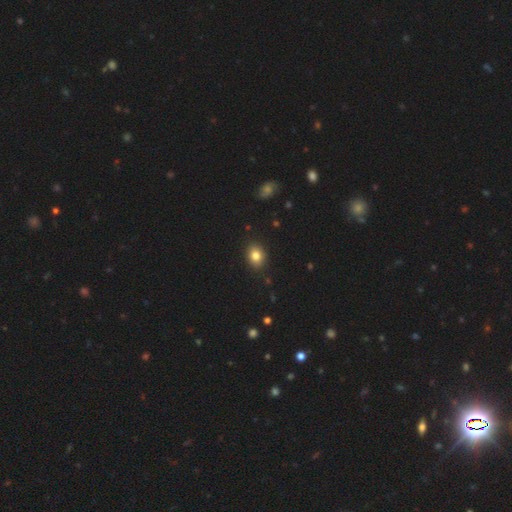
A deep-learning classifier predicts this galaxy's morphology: The model was most divided on "how rounded": in between: 57%, round: 42%, cigar-shaped: 1%. More confident: merging — none (88%); smooth or featured — smooth (83%).